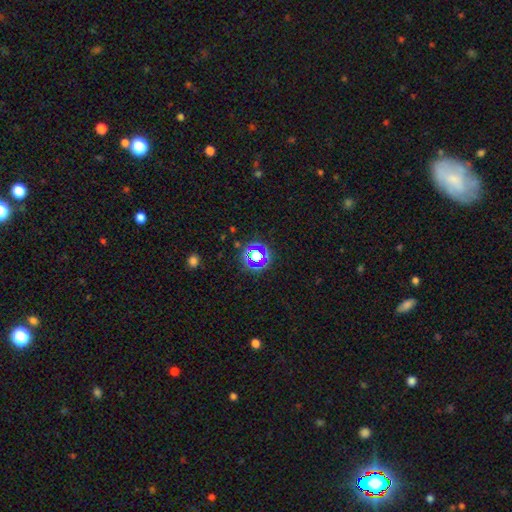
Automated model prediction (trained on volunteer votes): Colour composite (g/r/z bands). It shows a star or artifact, not a galaxy (63%).